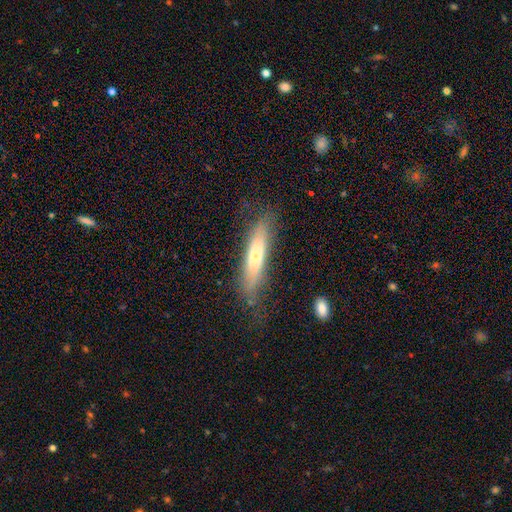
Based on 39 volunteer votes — Q: Smooth or featured?
A: smooth (72%); runner-up: featured or disk (23%)
Q: How rounded?
A: cigar-shaped (86%); runner-up: in between (11%)
Q: Merging?
A: none (73%); runner-up: minor disturbance (16%)